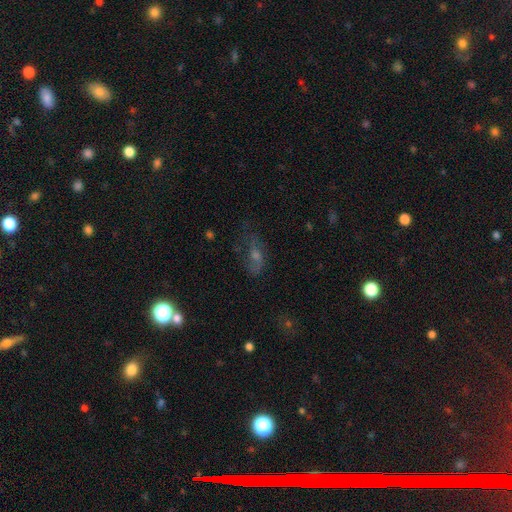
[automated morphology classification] The model was most divided on "smooth or featured": featured or disk: 42%, smooth: 33%, star or artifact: 25%. More confident: merging — none (57%).